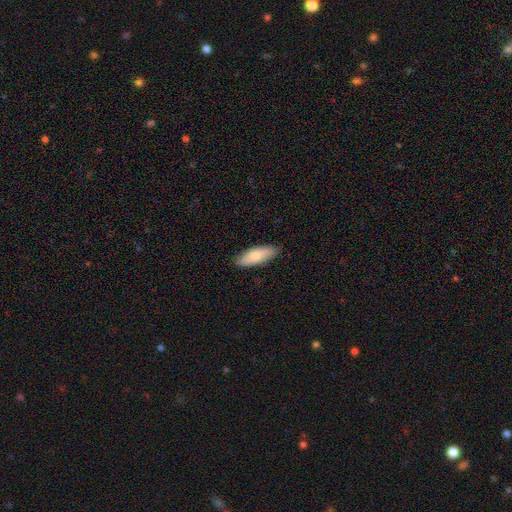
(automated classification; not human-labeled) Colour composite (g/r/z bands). It shows a smooth galaxy with no disk features (76%) that is in between round and cigar-shaped (68%). Merging: none (86%).